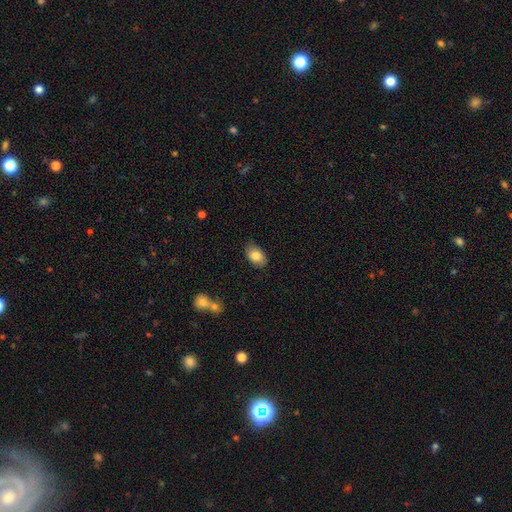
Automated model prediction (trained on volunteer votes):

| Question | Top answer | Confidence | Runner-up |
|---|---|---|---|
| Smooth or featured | smooth | 83% | featured or disk (9%) |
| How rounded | in between | 87% | round (12%) |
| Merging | none | 81% | minor disturbance (15%) |